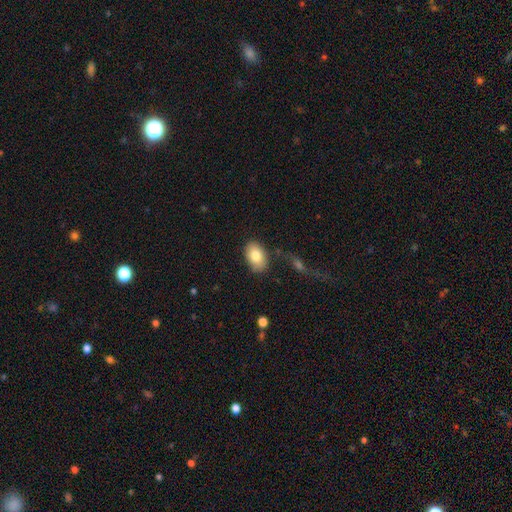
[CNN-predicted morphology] Q: Smooth or featured?
A: smooth (81%); runner-up: featured or disk (12%)
Q: How rounded?
A: in between (88%); runner-up: round (11%)
Q: Merging?
A: none (79%); runner-up: minor disturbance (14%)